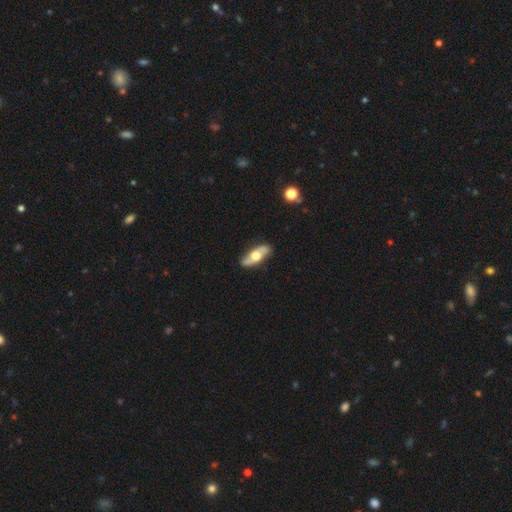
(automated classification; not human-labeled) Smooth or featured: featured or disk — 50% (smooth — 45%)
Merging: none — 86% (minor disturbance — 11%)